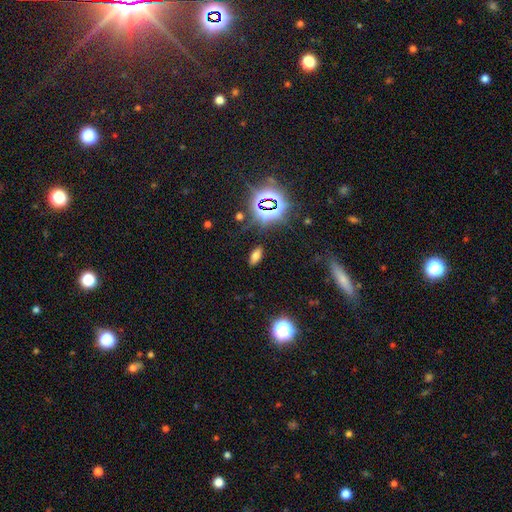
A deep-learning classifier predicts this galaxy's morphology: Smooth or featured: smooth — 62% (star or artifact — 28%)
How rounded: in between — 85% (cigar-shaped — 9%)
Merging: none — 86% (minor disturbance — 9%)